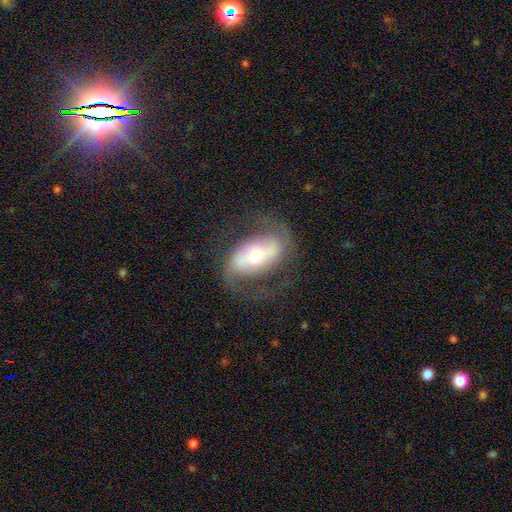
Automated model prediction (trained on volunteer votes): Smooth or featured? featured or disk (79%)
Edge-on disk? no (94%)
Bar? strong (53%)
Spiral arms? yes (87%)
Spiral winding? medium (44%)
Spiral arm count? 2 (88%)
Bulge size? small (48%)
Merging? none (71%)